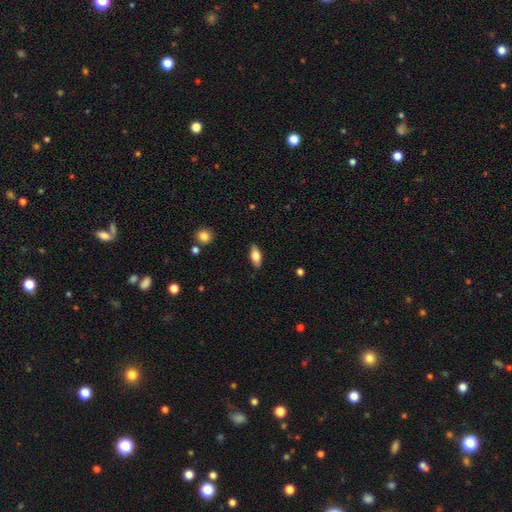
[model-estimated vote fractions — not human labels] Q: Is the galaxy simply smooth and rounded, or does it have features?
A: smooth — 75%.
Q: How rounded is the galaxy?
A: in between — 84%.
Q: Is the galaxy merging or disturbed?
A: none — 85%.